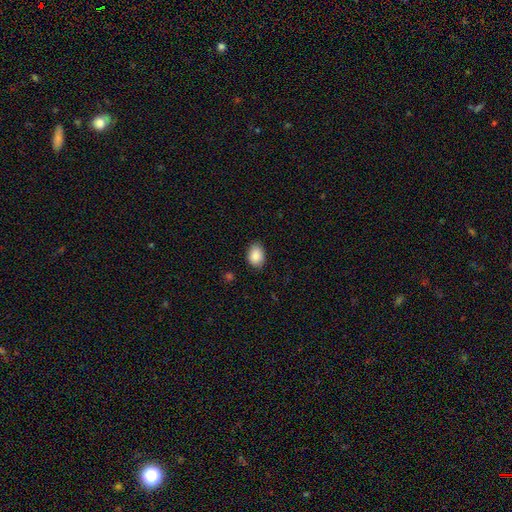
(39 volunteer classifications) This is clearly a smooth galaxy (95%). How rounded: likely in between (78%). Merging: clearly none (87%).